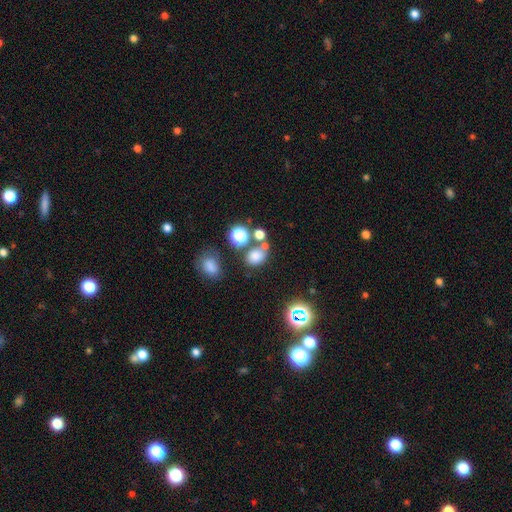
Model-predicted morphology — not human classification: Overall: smooth (72%). How rounded: in between (51%; round 48%). Merging: none (56%; merger 25%).